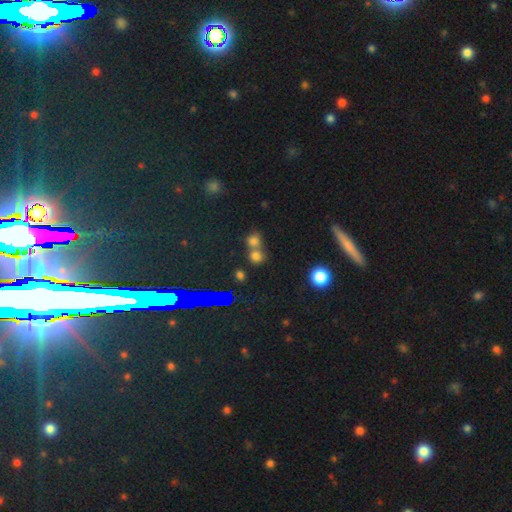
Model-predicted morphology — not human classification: smooth-or-featured: smooth: 66% | star or artifact: 25% | featured or disk: 9%
  how-rounded: round: 80% | in between: 18% | cigar-shaped: 2%
  merging: merger: 49% | none: 42% | minor disturbance: 6% | major disturbance: 3%